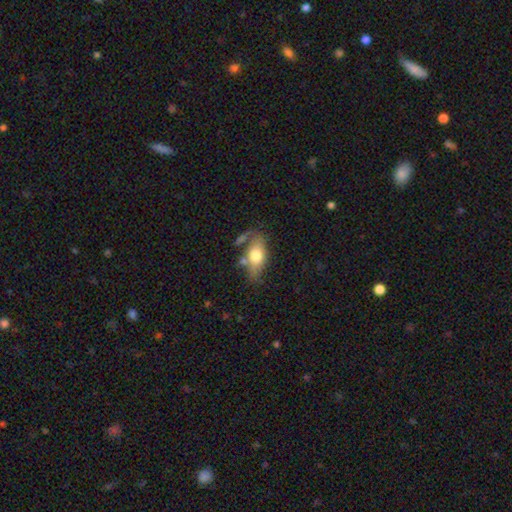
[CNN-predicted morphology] This appears to be a smooth galaxy with no disk features (66%) that is in between round and cigar-shaped (84%). Merging: none (53%).